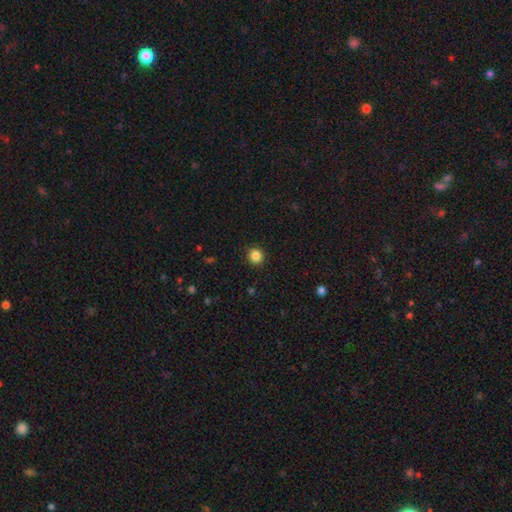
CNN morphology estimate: smooth_or_featured: smooth (p=0.86) [alt: star or artifact p=0.11]
how_rounded: round (p=0.93) [alt: in between p=0.06]
merging: none (p=0.92) [alt: minor disturbance p=0.05]